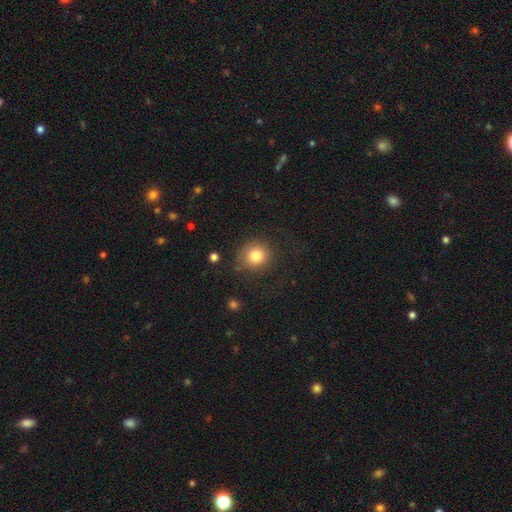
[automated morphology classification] The model was most divided on "merging": none: 75%, minor disturbance: 15%, major disturbance: 8%, merger: 2%. More confident: how rounded — round (84%); smooth or featured — smooth (82%).